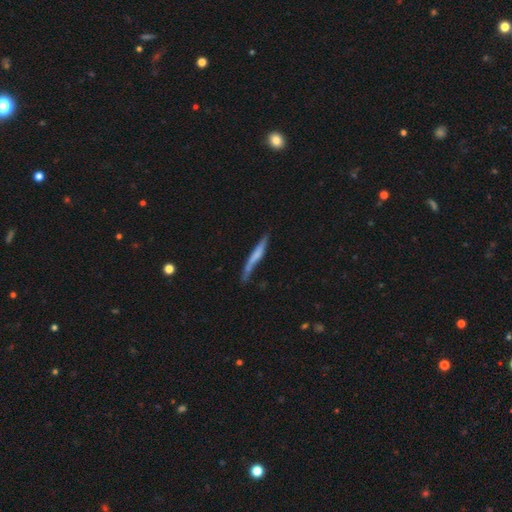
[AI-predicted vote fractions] Smooth or featured? smooth (49%)
Merging? none (58%)